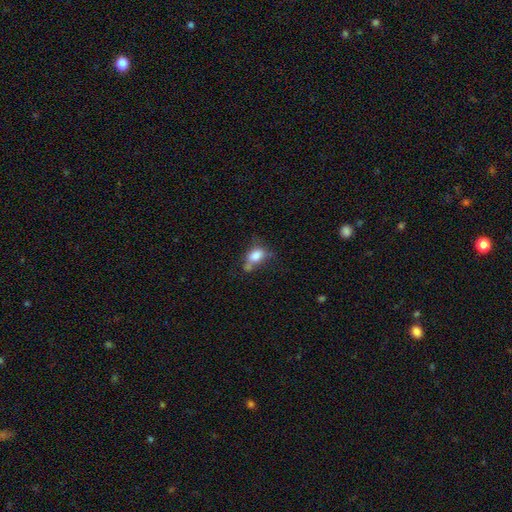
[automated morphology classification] A smooth galaxy with no disk features (76%) that is in between round and cigar-shaped (78%). Merging: none (34%).